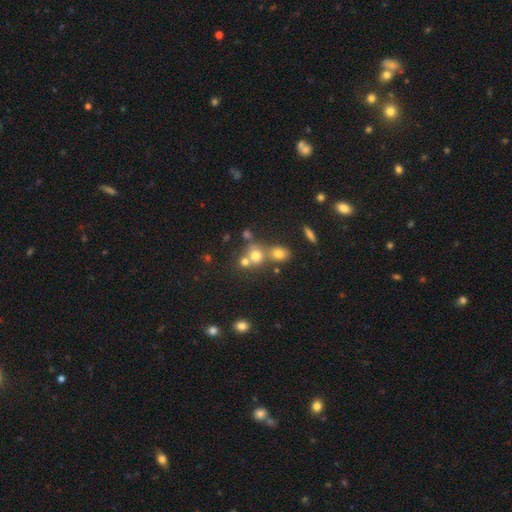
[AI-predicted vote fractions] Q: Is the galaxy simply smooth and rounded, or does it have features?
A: smooth — 69%.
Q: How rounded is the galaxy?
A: round — 79%.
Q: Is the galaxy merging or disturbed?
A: merger — 45%.